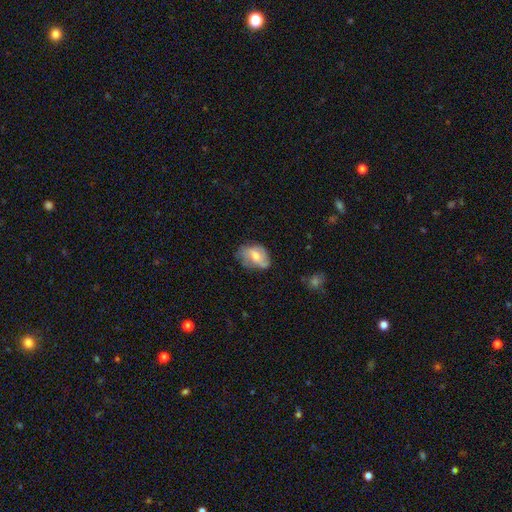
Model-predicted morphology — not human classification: A smooth galaxy with no disk features (54%) that is in between round and cigar-shaped (80%). Merging: none (51%).